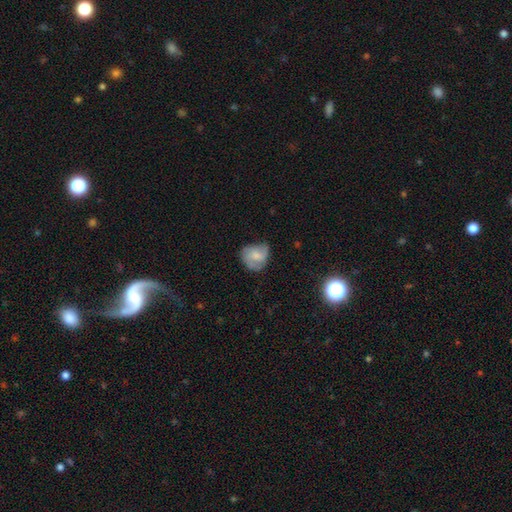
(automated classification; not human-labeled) Smooth or featured?
  - smooth: 48% *
  - featured or disk: 44%
  - star or artifact: 8%
Merging?
  - none: 52% *
  - minor disturbance: 31%
  - major disturbance: 15%
  - merger: 2%